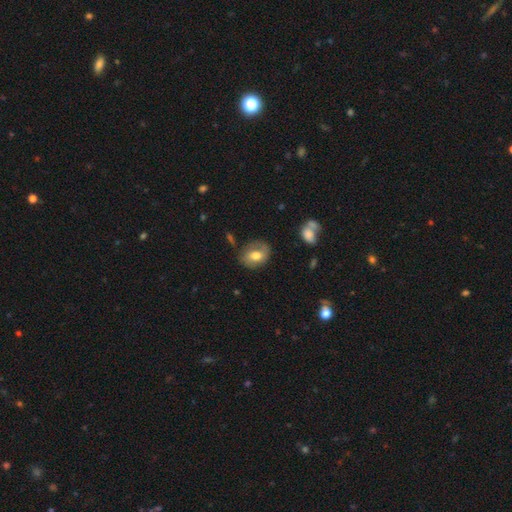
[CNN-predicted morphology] smooth-or-featured: smooth: 62% | featured or disk: 31% | star or artifact: 8%
  how-rounded: in between: 56% | round: 43% | cigar-shaped: 1%
  merging: none: 66% | minor disturbance: 23% | major disturbance: 9% | merger: 2%